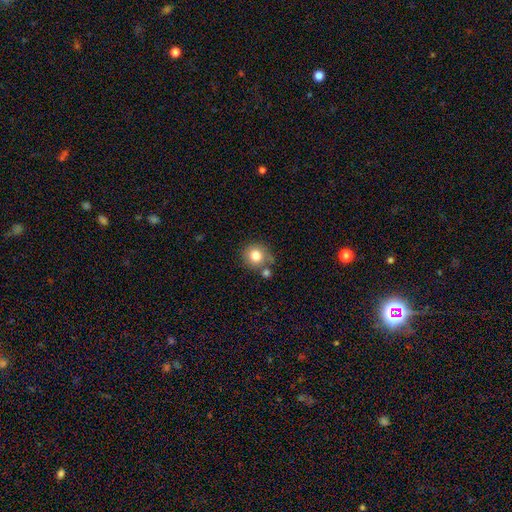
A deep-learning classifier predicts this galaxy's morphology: Overall: smooth (80%). How rounded: round (89%). Merging: none (66%).